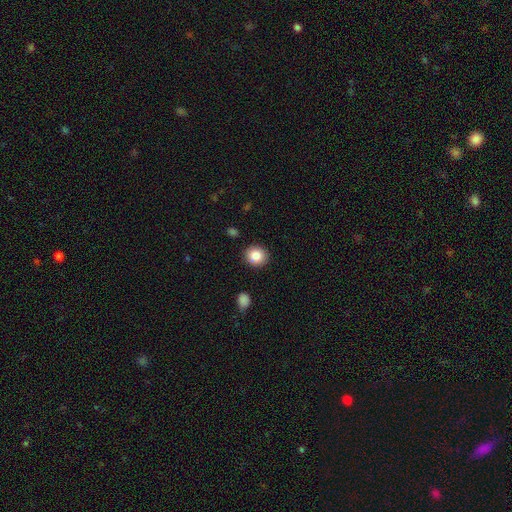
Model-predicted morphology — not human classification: The model was most divided on "how rounded": round: 80%, in between: 19%, cigar-shaped: 1%. More confident: merging — none (90%); smooth or featured — smooth (85%).